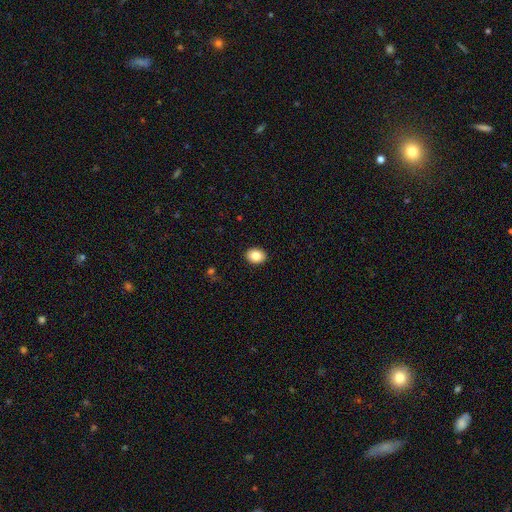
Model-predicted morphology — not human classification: Smooth or featured?
  - smooth: 85% *
  - star or artifact: 8%
  - featured or disk: 7%
How rounded?
  - in between: 64% *
  - round: 35%
  - cigar-shaped: 1%
Merging?
  - none: 91% *
  - minor disturbance: 6%
  - major disturbance: 2%
  - merger: 1%